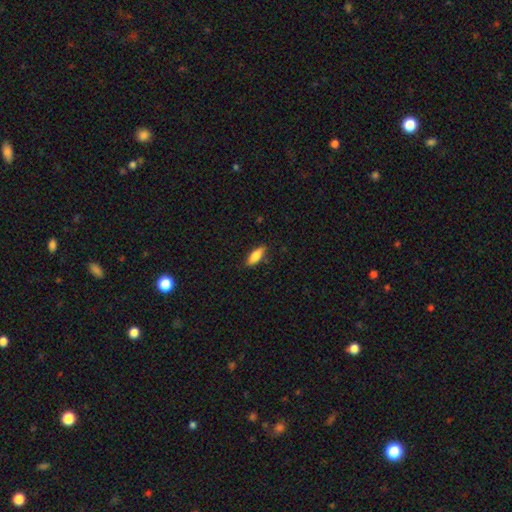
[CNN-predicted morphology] A smooth galaxy with no disk features (82%) that is in between round and cigar-shaped (67%).

Vote fractions:
- Smooth or featured? smooth: 82% / featured or disk: 11% / star or artifact: 6%
- How rounded? in between: 67% / cigar-shaped: 31% / round: 2%
- Merging? none: 84% / minor disturbance: 13% / major disturbance: 2% / merger: 1%